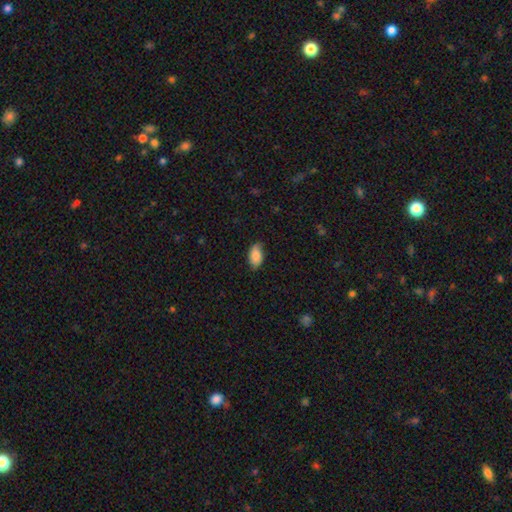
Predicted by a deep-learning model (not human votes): This is likely a smooth galaxy (79%). How rounded: clearly in between (93%). Merging: likely none (70%).